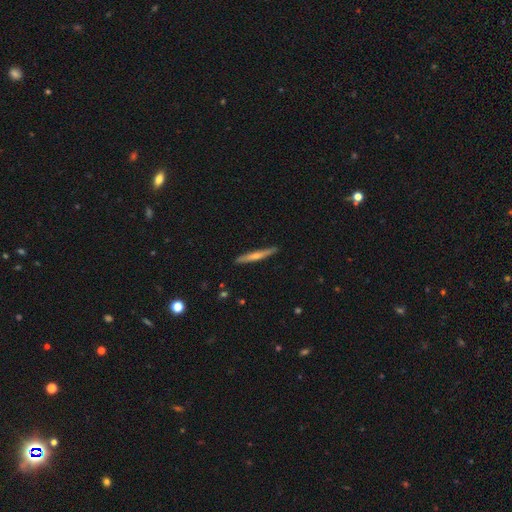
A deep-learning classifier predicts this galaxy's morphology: Overall: featured or disk (57%; smooth 37%). Edge-on disk: yes (96%). Edge-on bulge: rounded (74%). Merging: none (90%).